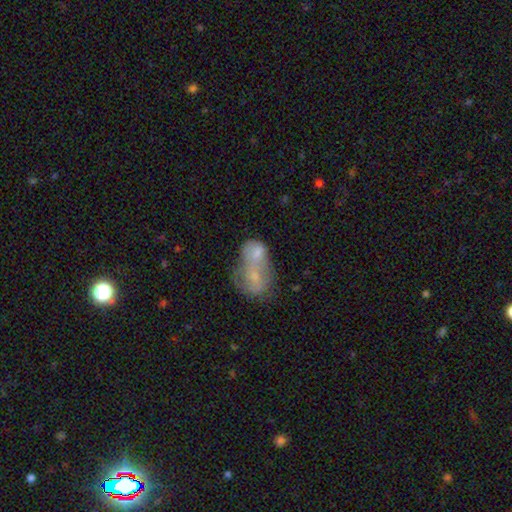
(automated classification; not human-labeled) smooth-or-featured: smooth: 62% | featured or disk: 30% | star or artifact: 8%
  how-rounded: in between: 74% | round: 25% | cigar-shaped: 2%
  merging: merger: 75% | none: 11% | minor disturbance: 7% | major disturbance: 7%